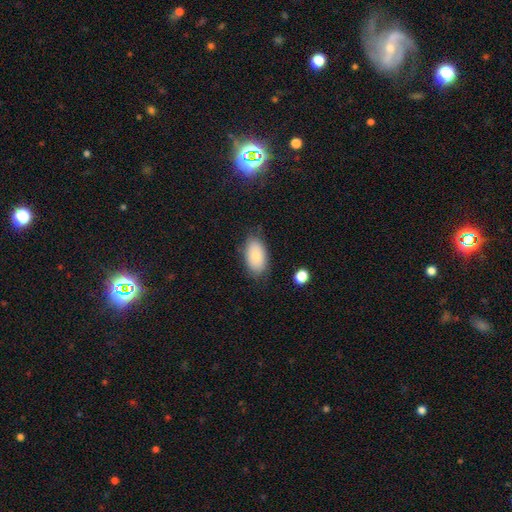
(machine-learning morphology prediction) A smooth galaxy with no disk features (78%) that is in between round and cigar-shaped (94%). Merging: none (78%).